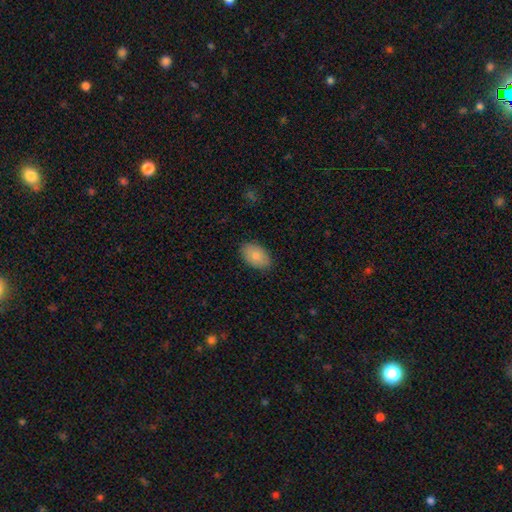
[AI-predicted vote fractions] smooth_or_featured: smooth (p=0.84) [alt: featured or disk p=0.10]
how_rounded: in between (p=0.92) [alt: round p=0.07]
merging: none (p=0.86) [alt: minor disturbance p=0.11]